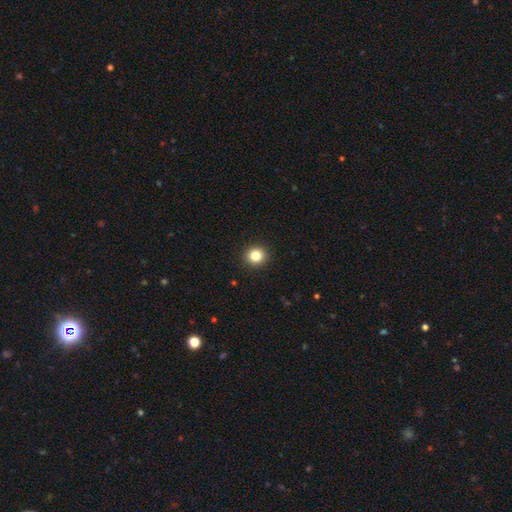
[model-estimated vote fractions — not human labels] Morphology: type=smooth (83%); roundness=round (89%); merging=none (93%).